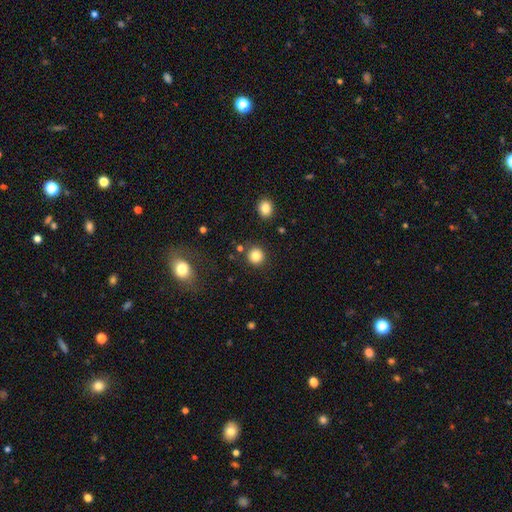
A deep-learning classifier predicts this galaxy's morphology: This appears to be a smooth galaxy with no disk features (84%) that is round (93%). Merging: none (88%).